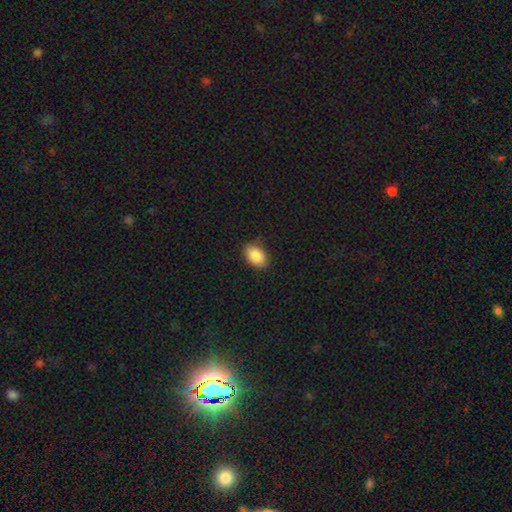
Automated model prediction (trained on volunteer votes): Morphology: type=smooth (88%); roundness=in between (88%); merging=none (82%).